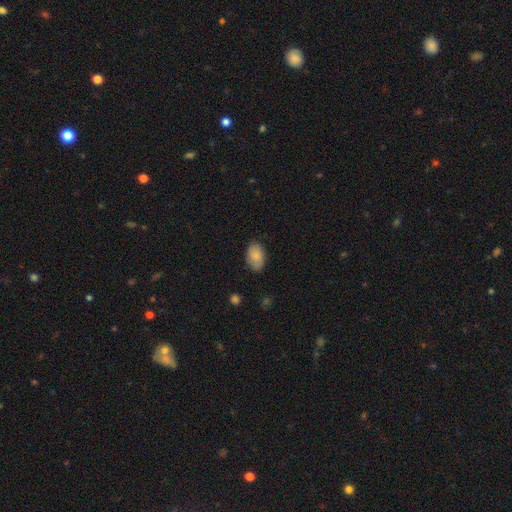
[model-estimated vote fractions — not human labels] Smooth or featured? Predicted: smooth (p=0.80). How rounded? Predicted: in between (p=0.90). Merging? Predicted: none (p=0.80).